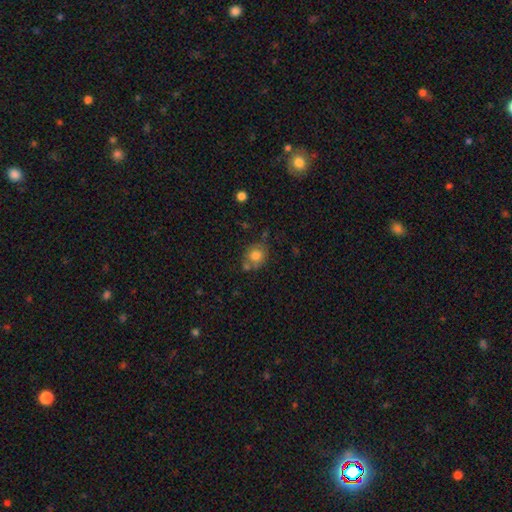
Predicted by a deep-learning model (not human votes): smooth 77%, featured or disk 13%, star or artifact 10%. Down the decision tree: how rounded — round (67%); merging — none (59%).